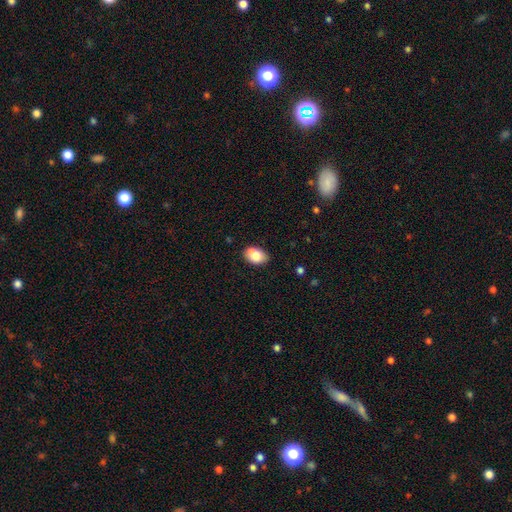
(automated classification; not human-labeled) smooth_or_featured: smooth (p=0.78) [alt: featured or disk p=0.13]
how_rounded: in between (p=0.84) [alt: round p=0.15]
merging: none (p=0.65) [alt: minor disturbance p=0.19]